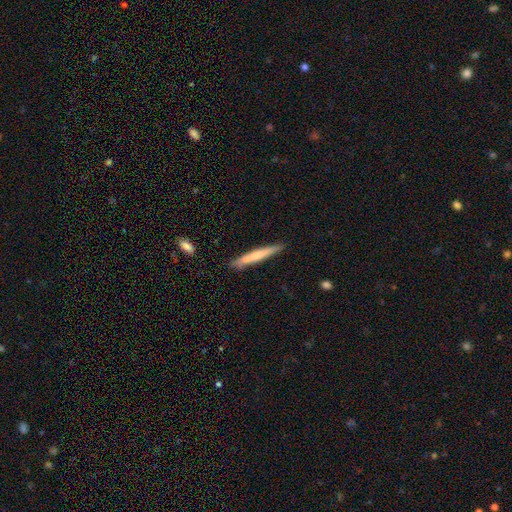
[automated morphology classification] A smooth galaxy with no disk features (59%) that is cigar-shaped (95%). Merging: none (79%).